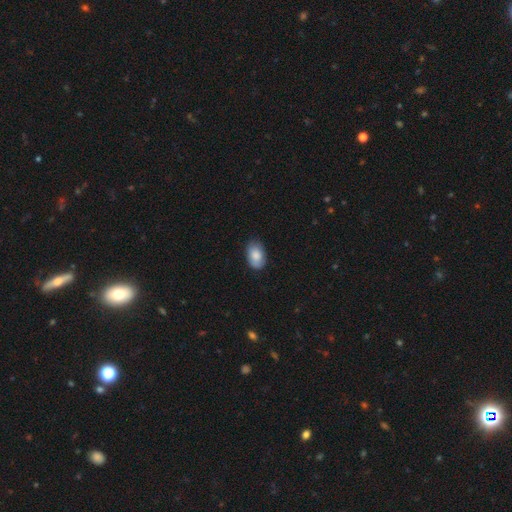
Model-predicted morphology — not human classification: Smooth or featured?
  - smooth: 85% *
  - featured or disk: 9%
  - star or artifact: 6%
How rounded?
  - in between: 91% *
  - round: 8%
  - cigar-shaped: 1%
Merging?
  - none: 80% *
  - minor disturbance: 17%
  - major disturbance: 3%
  - merger: 1%